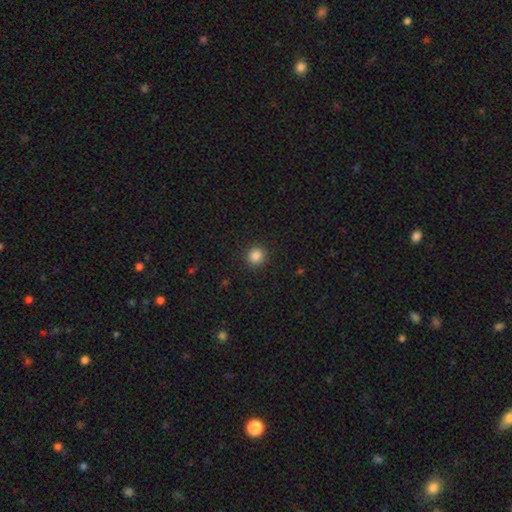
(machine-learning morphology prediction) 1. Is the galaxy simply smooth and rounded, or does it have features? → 86% smooth, 10% star or artifact, 3% featured or disk.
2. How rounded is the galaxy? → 90% round, 9% in between, 1% cigar-shaped.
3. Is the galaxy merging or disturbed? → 91% none, 6% minor disturbance, 2% major disturbance, 1% merger.